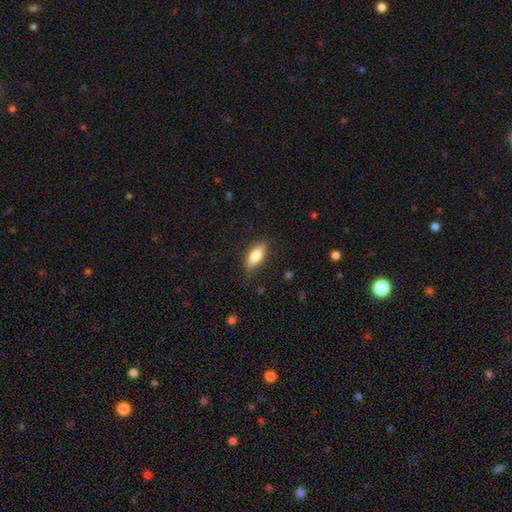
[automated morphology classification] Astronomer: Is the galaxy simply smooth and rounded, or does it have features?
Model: smooth — 73%.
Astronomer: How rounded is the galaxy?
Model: in between — 69%.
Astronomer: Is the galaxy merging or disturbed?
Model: none — 84%.